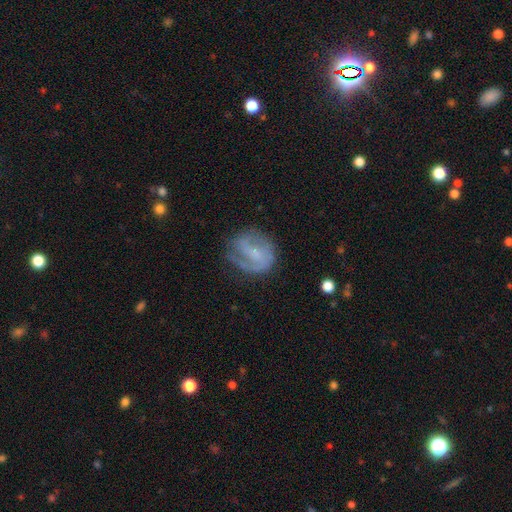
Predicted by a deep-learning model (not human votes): Smooth or featured? featured or disk (65%)
Edge-on disk? no (97%)
Bar? weak (47%)
Spiral arms? yes (80%)
Spiral winding? tight (42%)
Spiral arm count? 2 (44%)
Bulge size? small (54%)
Merging? none (63%)